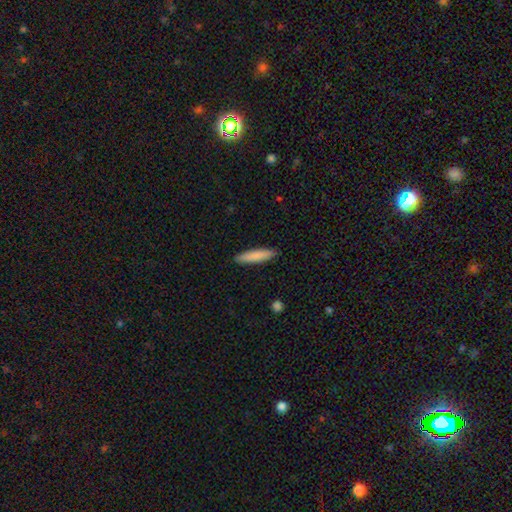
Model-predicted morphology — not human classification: Smooth or featured: smooth — 84% (featured or disk — 11%)
How rounded: cigar-shaped — 83% (in between — 15%)
Merging: none — 90% (minor disturbance — 7%)